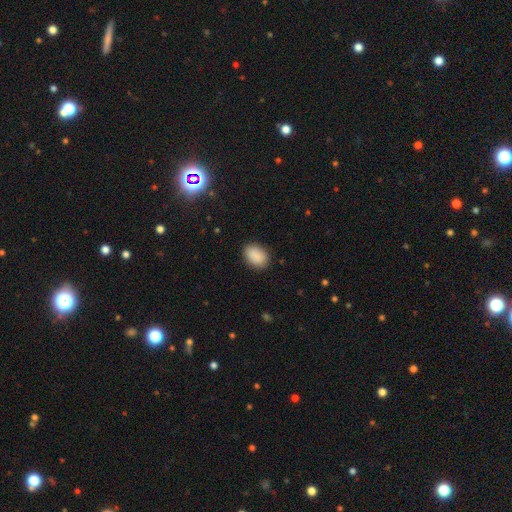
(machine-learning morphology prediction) type=smooth (89%); roundness=in between (81%); merging=none (86%).